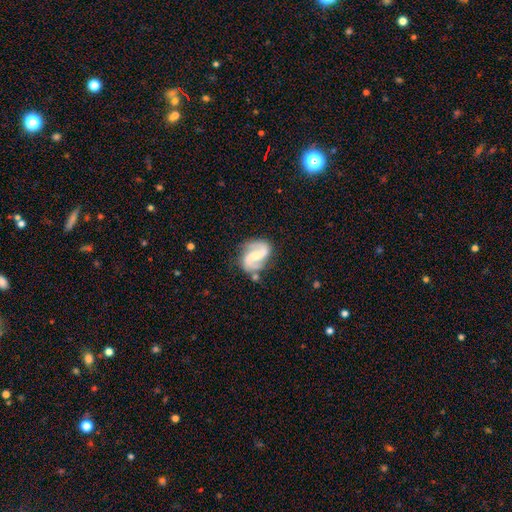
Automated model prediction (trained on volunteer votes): Q: Smooth or featured?
A: featured or disk (86%); runner-up: smooth (9%)
Q: Edge-on disk?
A: no (98%); runner-up: yes (2%)
Q: Bar?
A: weak (44%); runner-up: strong (32%)
Q: Spiral arms?
A: yes (96%); runner-up: no (4%)
Q: Spiral winding?
A: medium (49%); runner-up: loose (35%)
Q: Spiral arm count?
A: 2 (92%); runner-up: can't tell (3%)
Q: Bulge size?
A: moderate (44%); runner-up: small (38%)
Q: Merging?
A: none (70%); runner-up: minor disturbance (18%)